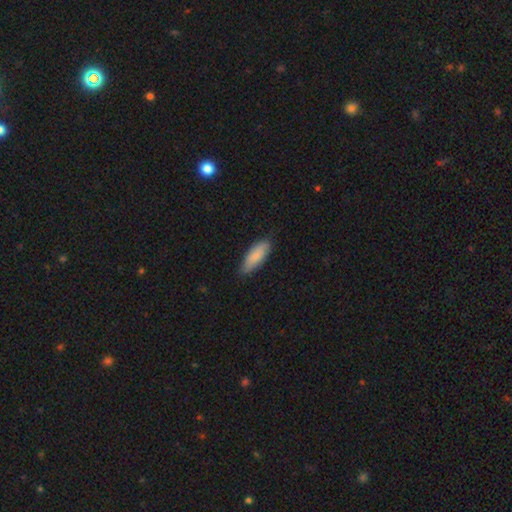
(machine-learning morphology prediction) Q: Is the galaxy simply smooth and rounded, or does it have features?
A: smooth — 82%.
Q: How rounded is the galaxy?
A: in between — 71%.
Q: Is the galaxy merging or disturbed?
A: none — 76%.